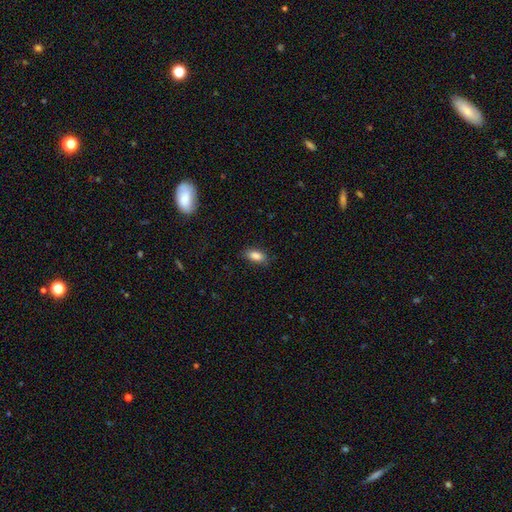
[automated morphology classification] A smooth galaxy with no disk features (86%) that is in between round and cigar-shaped (88%).

Vote fractions:
- Smooth or featured? smooth: 86% / star or artifact: 8% / featured or disk: 6%
- How rounded? in between: 88% / cigar-shaped: 8% / round: 5%
- Merging? none: 83% / minor disturbance: 13% / major disturbance: 3% / merger: 1%